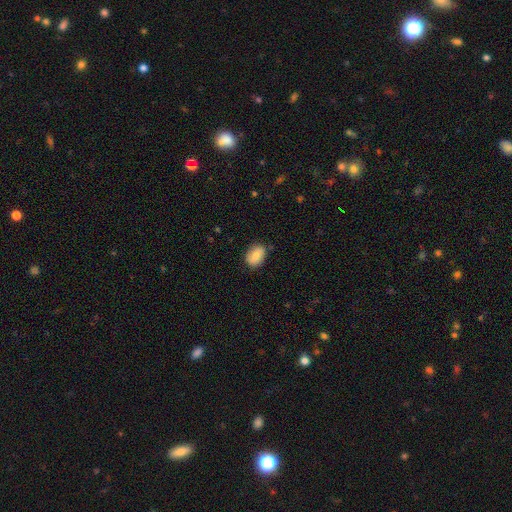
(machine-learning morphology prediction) type=smooth (78%); roundness=in between (73%); merging=none (79%).